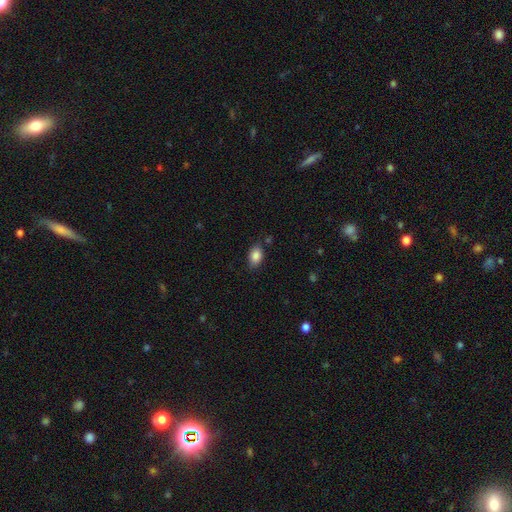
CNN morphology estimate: smooth_or_featured: smooth (p=0.86) [alt: star or artifact p=0.08]
how_rounded: in between (p=0.84) [alt: round p=0.14]
merging: none (p=0.78) [alt: minor disturbance p=0.16]